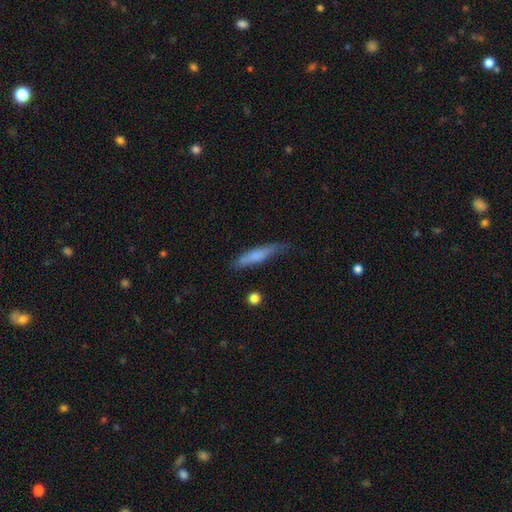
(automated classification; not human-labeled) The model was most divided on "merging": none: 66%, minor disturbance: 26%, major disturbance: 6%, merger: 2%. More confident: how rounded — cigar-shaped (87%); smooth or featured — smooth (69%).